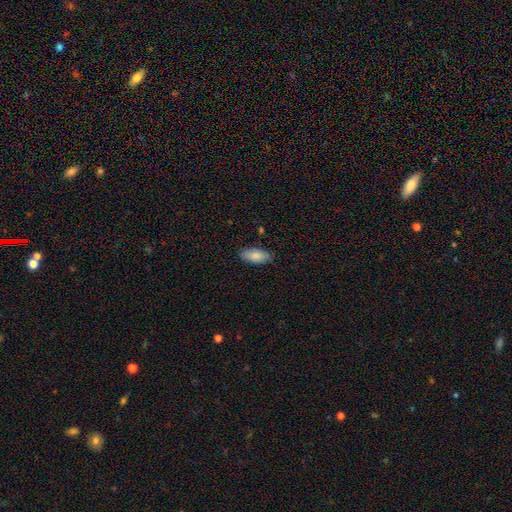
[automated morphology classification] Q: Smooth or featured?
A: smooth (84%); runner-up: featured or disk (10%)
Q: How rounded?
A: in between (90%); runner-up: cigar-shaped (8%)
Q: Merging?
A: none (84%); runner-up: minor disturbance (12%)